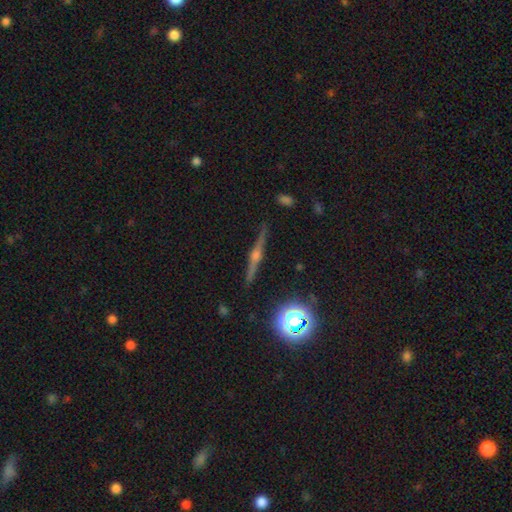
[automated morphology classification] Smooth or featured: featured or disk — 78% (star or artifact — 11%)
Edge-on disk: yes — 98% (no — 2%)
Edge-on bulge: rounded — 92% (boxy — 5%)
Merging: none — 90% (minor disturbance — 7%)